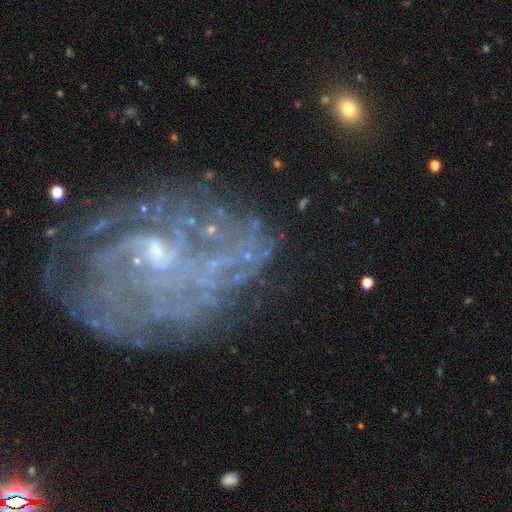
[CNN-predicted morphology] Overall: featured or disk (75%). Edge-on disk: no (97%). Bar: no (52%; weak 35%). Spiral arms: yes (77%). Spiral arm count: can't tell (41%; 2 18%). Spiral winding: tight (44%; medium 34%). Bulge size: small (57%; none 21%). Merging: none (53%; major disturbance 24%).